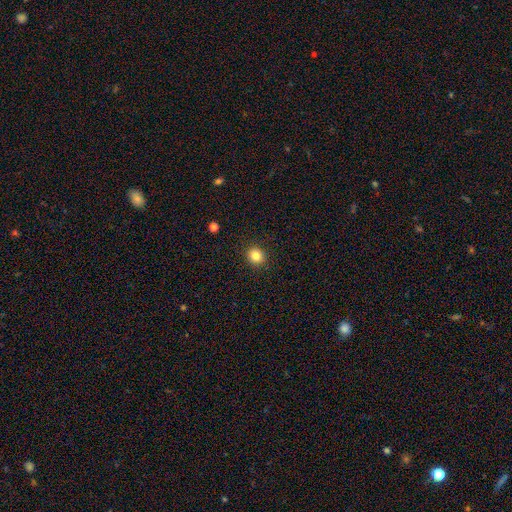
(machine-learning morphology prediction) Overall: smooth (83%). How rounded: round (83%). Merging: none (91%).